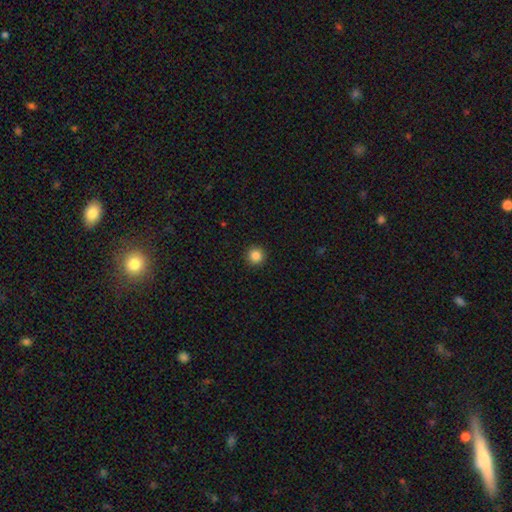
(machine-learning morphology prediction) Smooth or featured?
  - smooth: 86% *
  - star or artifact: 10%
  - featured or disk: 4%
How rounded?
  - round: 96% *
  - in between: 3%
  - cigar-shaped: 1%
Merging?
  - none: 93% *
  - minor disturbance: 4%
  - major disturbance: 2%
  - merger: 1%